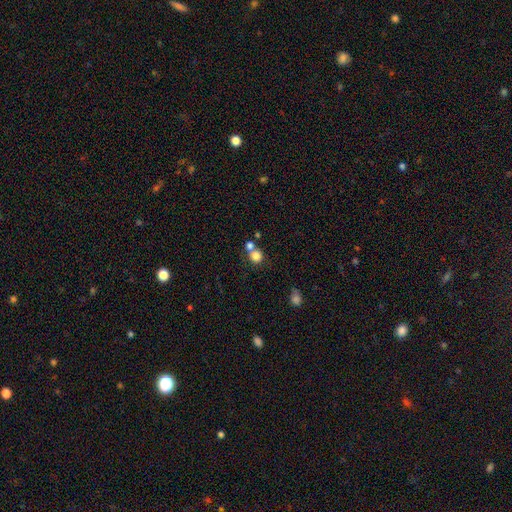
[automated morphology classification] smooth 80%, star or artifact 11%, featured or disk 9%. Down the decision tree: how rounded — round (86%); merging — none (50%).